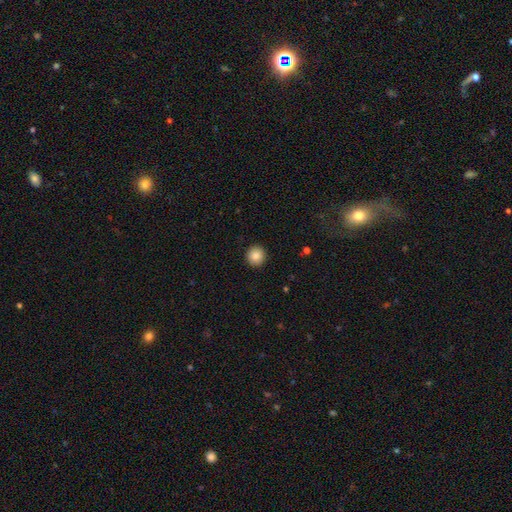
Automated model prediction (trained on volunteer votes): smooth 86%, star or artifact 9%, featured or disk 5%. Down the decision tree: how rounded — round (94%); merging — none (93%).